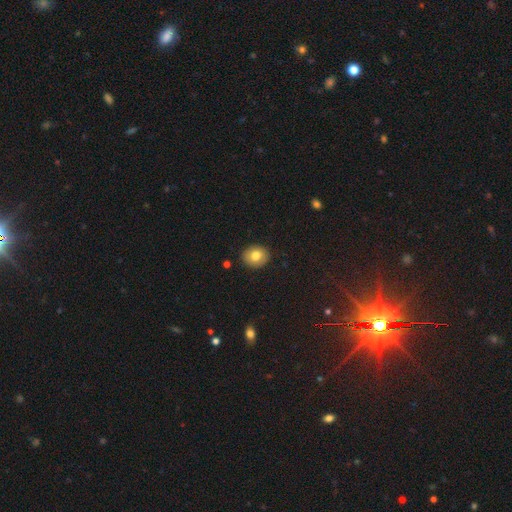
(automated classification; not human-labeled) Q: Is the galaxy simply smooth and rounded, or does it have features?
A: smooth — 78%.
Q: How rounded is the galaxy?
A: round — 66%.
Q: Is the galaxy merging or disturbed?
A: none — 89%.